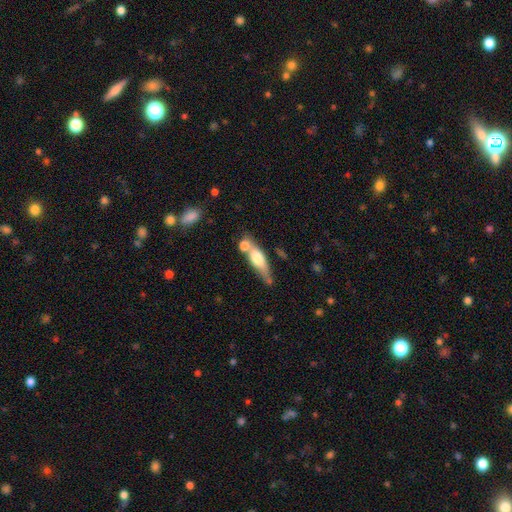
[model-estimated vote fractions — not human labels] Smooth or featured? smooth (48%)
Merging? none (51%)